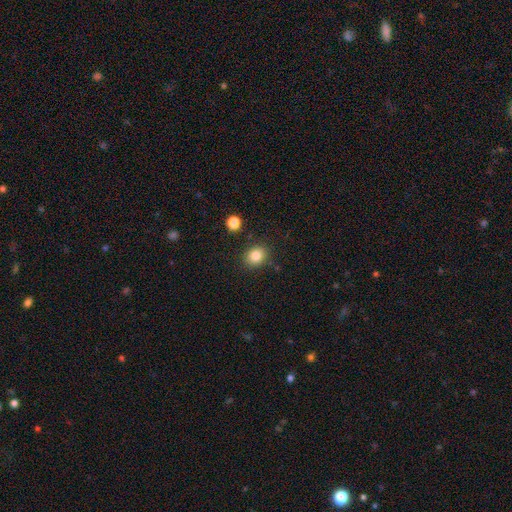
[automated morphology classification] Smooth or featured? Predicted: smooth (p=0.83). How rounded? Predicted: round (p=0.64). Merging? Predicted: none (p=0.86).